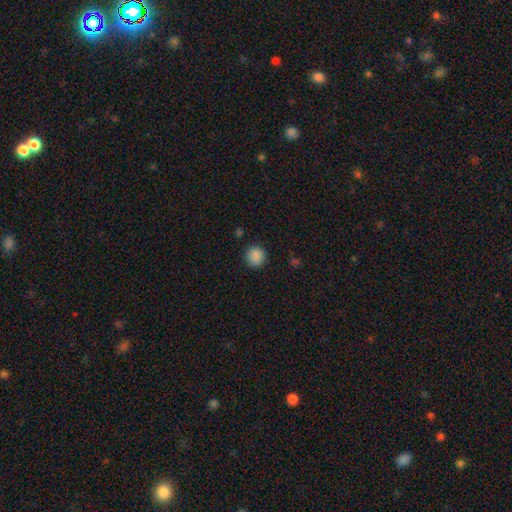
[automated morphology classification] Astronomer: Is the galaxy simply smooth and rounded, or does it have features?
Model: smooth — 88%.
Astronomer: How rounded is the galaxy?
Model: round — 91%.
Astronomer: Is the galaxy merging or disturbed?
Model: none — 88%.